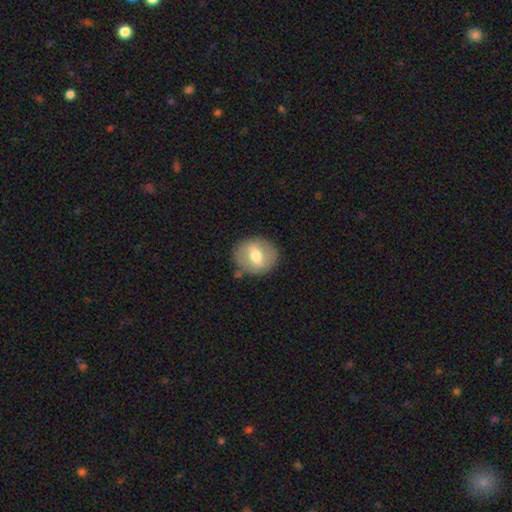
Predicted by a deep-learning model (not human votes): smooth 49%, featured or disk 44%, star or artifact 7%. Down the decision tree: merging — none (84%).